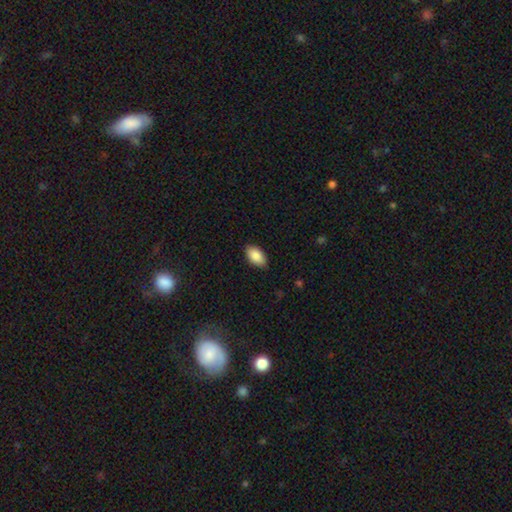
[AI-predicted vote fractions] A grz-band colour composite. It shows a smooth galaxy with no disk features (88%) that is in between round and cigar-shaped (94%). Merging: none (87%).